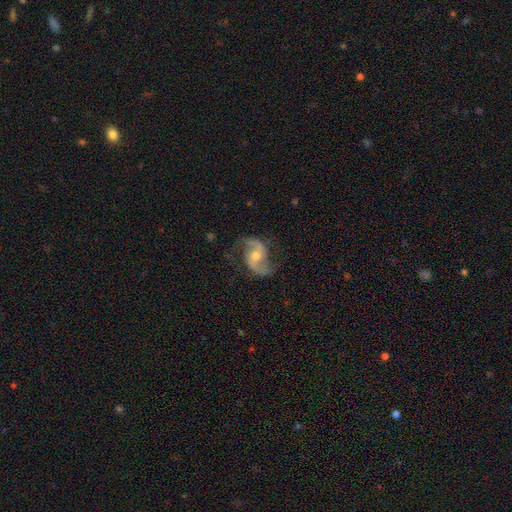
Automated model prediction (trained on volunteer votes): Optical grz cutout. It shows a featured or disk galaxy (90%) with no bar (47%), 2 (94%) loose (50%) spiral arms (97%) and a moderate central bulge (62%). Merging: none (76%).